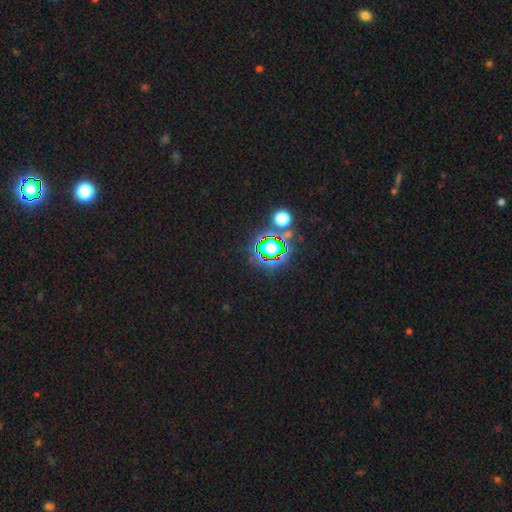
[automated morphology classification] This is likely a star or artifact rather than a galaxy (78%).